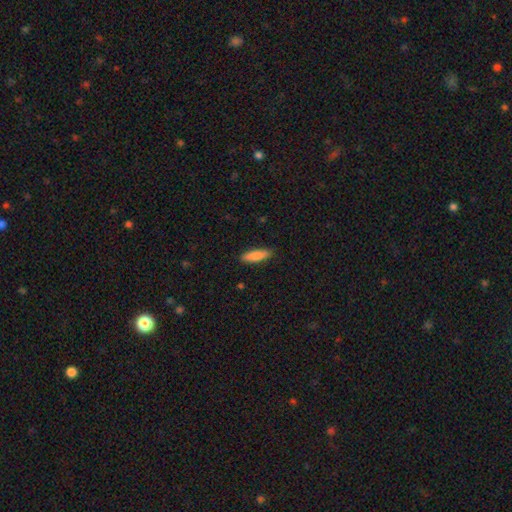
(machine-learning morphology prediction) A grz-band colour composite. It shows a smooth galaxy with no disk features (85%) that is cigar-shaped (63%). Merging: none (88%).